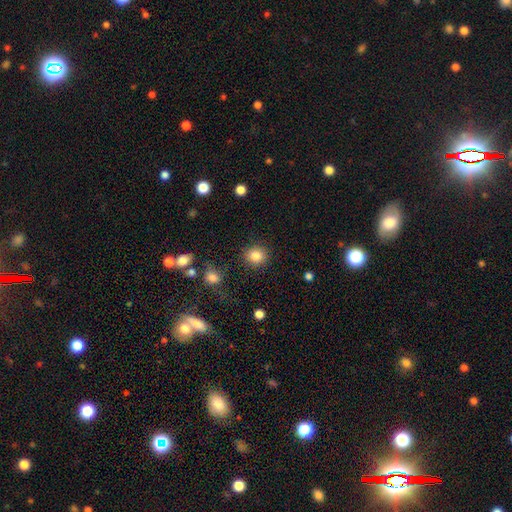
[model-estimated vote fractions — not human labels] Morphology: type=smooth (84%); roundness=round (83%); merging=none (88%).